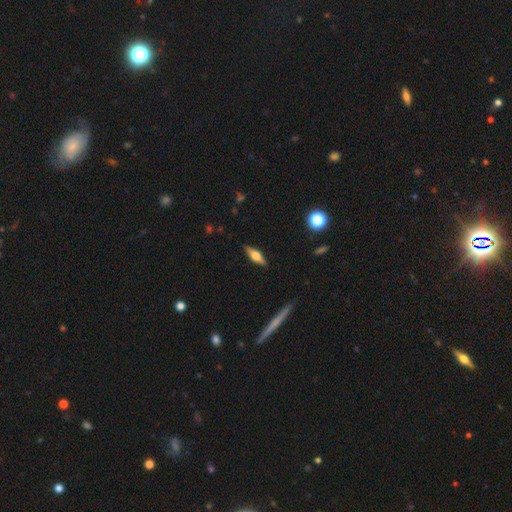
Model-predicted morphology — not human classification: smooth 47%, featured or disk 46%, star or artifact 7%. Down the decision tree: merging — none (88%).